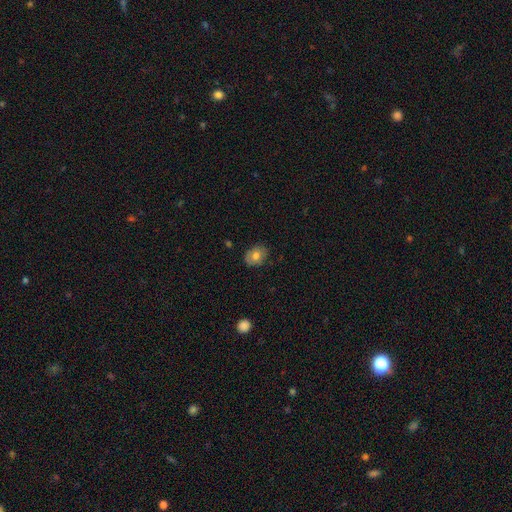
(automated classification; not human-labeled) A smooth galaxy with no disk features (70%) that is in between round and cigar-shaped (63%).

Vote fractions:
- Smooth or featured? smooth: 70% / featured or disk: 21% / star or artifact: 8%
- How rounded? in between: 63% / round: 36% / cigar-shaped: 1%
- Merging? none: 79% / minor disturbance: 16% / major disturbance: 3% / merger: 1%